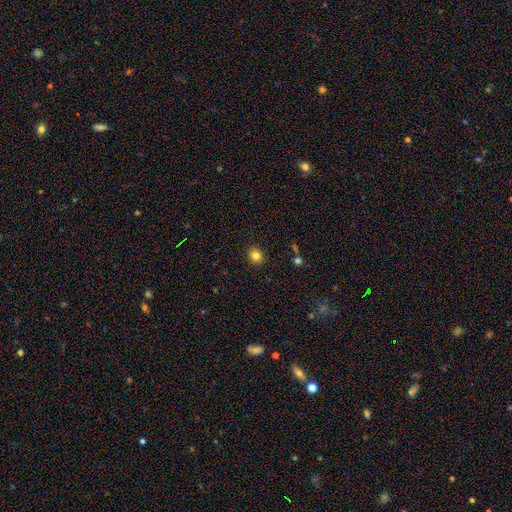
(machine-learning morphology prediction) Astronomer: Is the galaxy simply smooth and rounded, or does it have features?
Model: smooth — 82%.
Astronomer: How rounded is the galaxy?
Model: round — 73%.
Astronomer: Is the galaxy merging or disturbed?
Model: none — 90%.